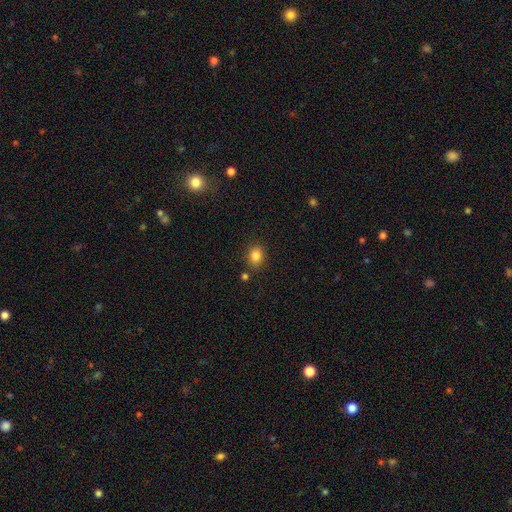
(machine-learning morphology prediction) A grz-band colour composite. It shows a smooth galaxy with no disk features (83%) that is round (52%). Merging: none (81%).